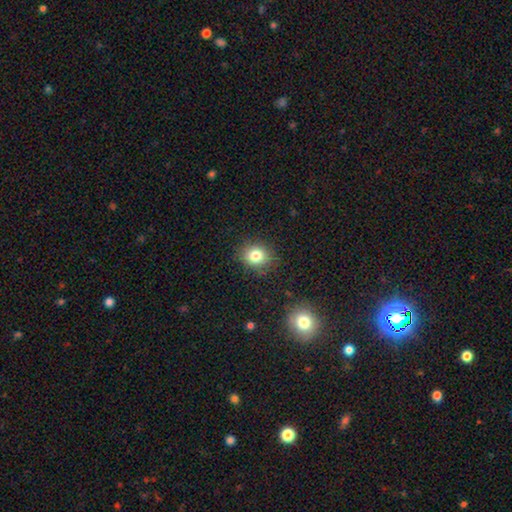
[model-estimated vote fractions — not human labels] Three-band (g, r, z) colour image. It shows a smooth galaxy with no disk features (80%) that is round (70%). Merging: none (84%).